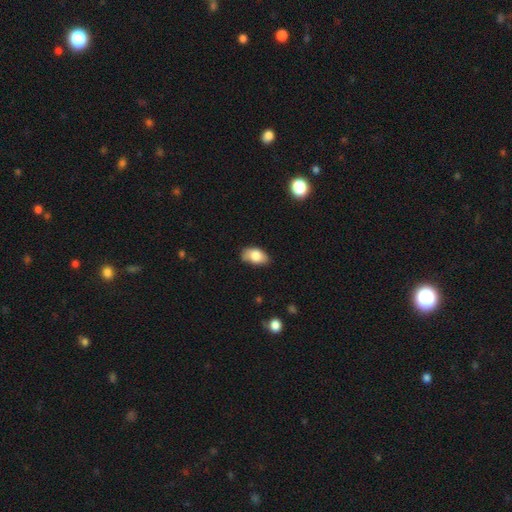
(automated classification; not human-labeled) The model was most divided on "merging": none: 74%, minor disturbance: 21%, major disturbance: 3%, merger: 1%. More confident: how rounded — in between (92%); smooth or featured — smooth (81%).